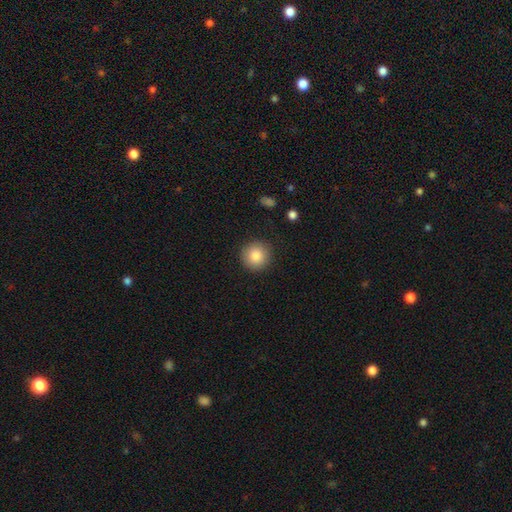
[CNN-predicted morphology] This appears to be a smooth galaxy with no disk features (85%) that is round (95%). Merging: none (90%).